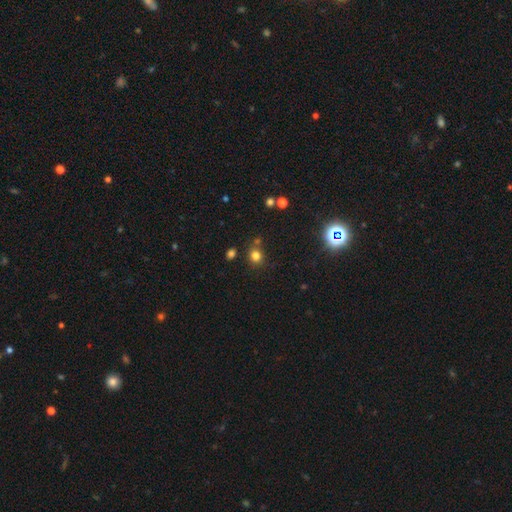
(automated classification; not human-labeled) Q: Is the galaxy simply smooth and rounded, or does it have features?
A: smooth — 77%.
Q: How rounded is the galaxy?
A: round — 78%.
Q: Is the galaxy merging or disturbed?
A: none — 76%.